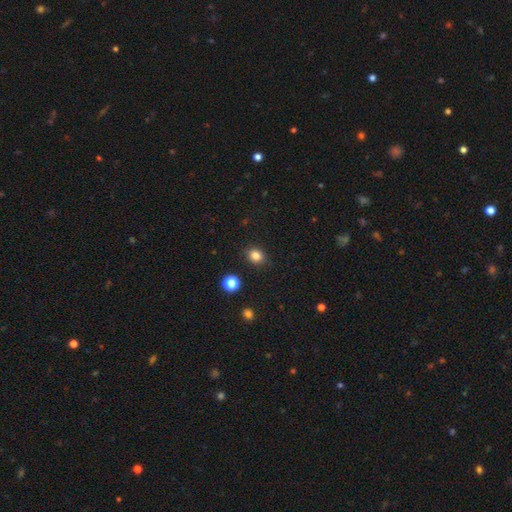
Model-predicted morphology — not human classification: smooth 83%, star or artifact 12%, featured or disk 5%. Down the decision tree: how rounded — round (67%); merging — none (89%).